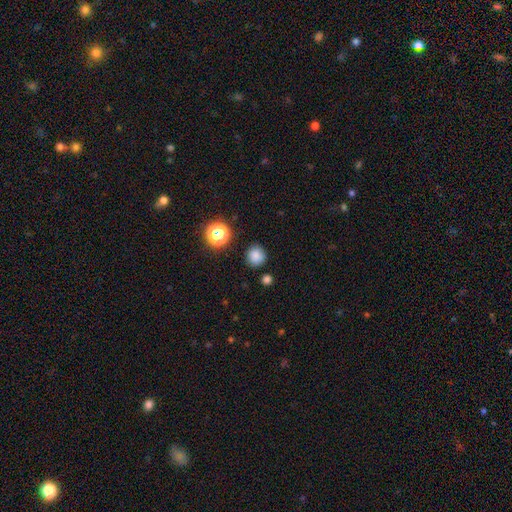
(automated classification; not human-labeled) Smooth or featured? smooth (81%)
How rounded? round (91%)
Merging? none (85%)